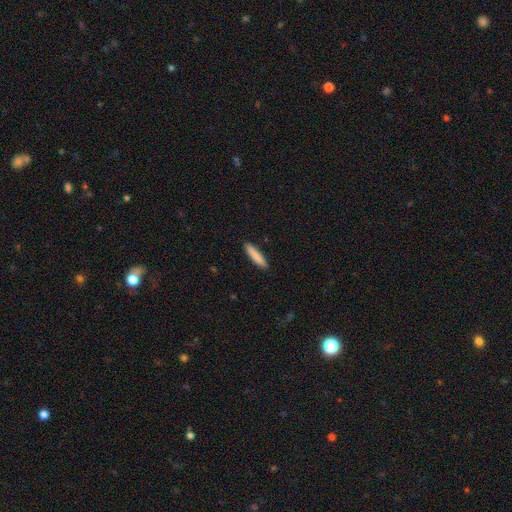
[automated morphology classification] This appears to be a smooth galaxy with no disk features (84%) that is cigar-shaped (88%). Merging: none (90%).